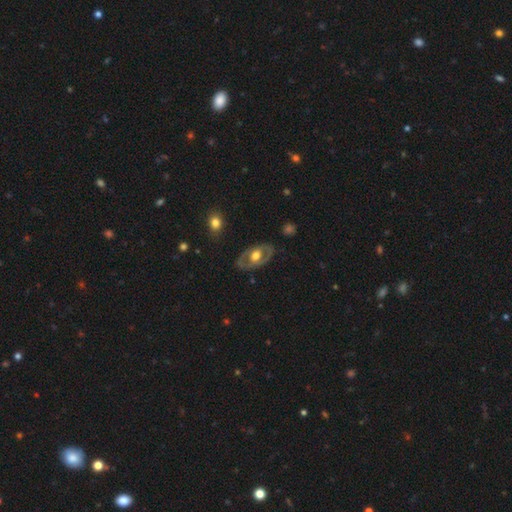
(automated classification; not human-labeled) Smooth or featured?
  - featured or disk: 62% *
  - smooth: 32%
  - star or artifact: 5%
Edge-on disk?
  - no: 89% *
  - yes: 11%
Bar?
  - no: 75% *
  - weak: 18%
  - strong: 7%
Spiral arms?
  - no: 76% *
  - yes: 24%
Bulge size?
  - moderate: 62% *
  - large: 30%
  - small: 5%
  - dominant: 1%
  - none: 1%
Merging?
  - none: 79% *
  - minor disturbance: 15%
  - major disturbance: 5%
  - merger: 1%